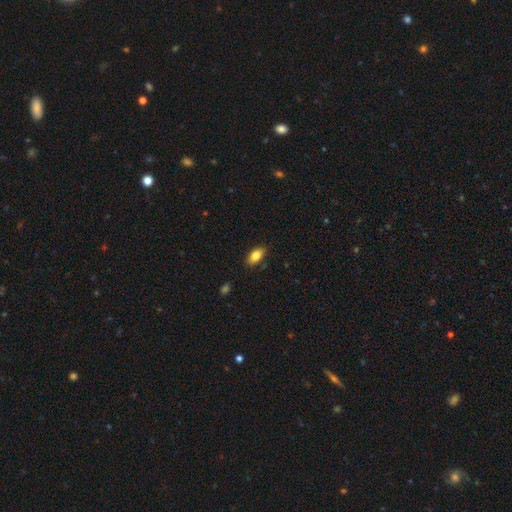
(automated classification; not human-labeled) Smooth or featured?
  - smooth: 82% *
  - featured or disk: 10%
  - star or artifact: 8%
How rounded?
  - in between: 89% *
  - cigar-shaped: 6%
  - round: 5%
Merging?
  - none: 86% *
  - minor disturbance: 11%
  - major disturbance: 2%
  - merger: 1%